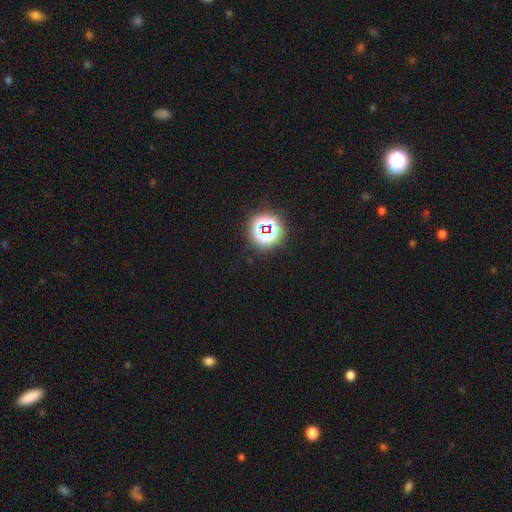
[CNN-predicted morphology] Smooth or featured?
  - star or artifact: 81% *
  - smooth: 12%
  - featured or disk: 7%